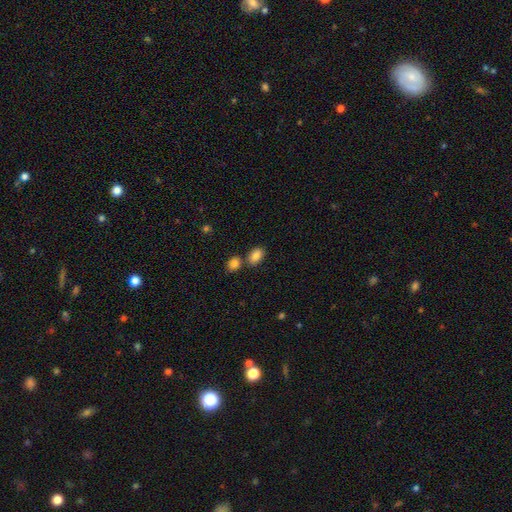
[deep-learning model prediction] Morphology: type=smooth (85%); roundness=in between (84%); merging=none (66%).